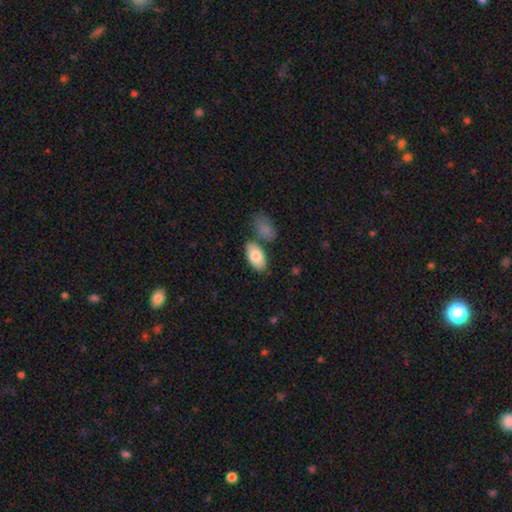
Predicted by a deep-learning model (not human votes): Morphology: type=smooth (83%); roundness=in between (94%); merging=none (72%).